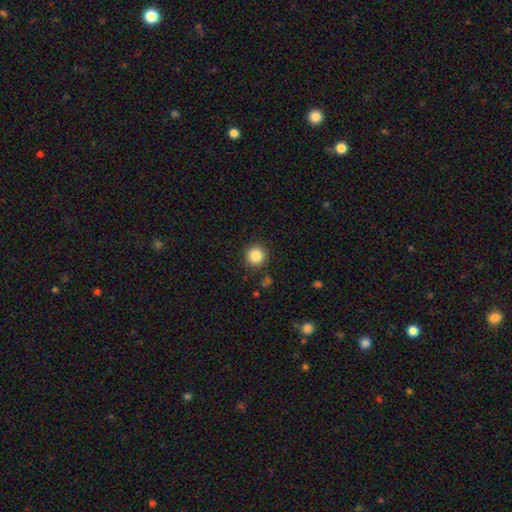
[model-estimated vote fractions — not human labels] Overall: smooth (86%). How rounded: round (94%). Merging: none (89%).